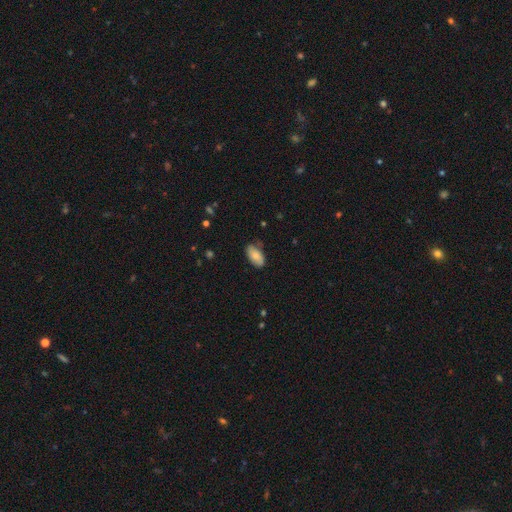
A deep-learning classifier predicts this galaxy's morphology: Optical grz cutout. It shows a smooth galaxy with no disk features (76%) that is in between round and cigar-shaped (94%). Merging: none (71%).